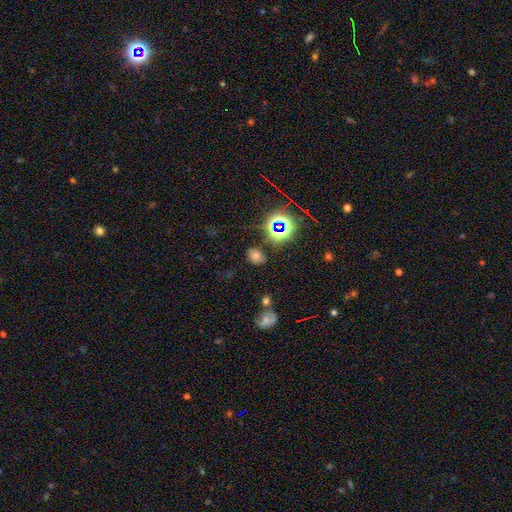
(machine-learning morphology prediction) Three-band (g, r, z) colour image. It shows a smooth galaxy with no disk features (50%). Merging: none (77%).